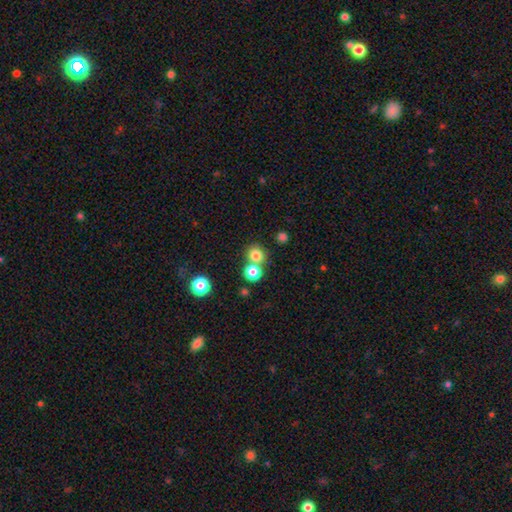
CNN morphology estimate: smooth-or-featured: smooth: 80% | star or artifact: 13% | featured or disk: 7%
  how-rounded: round: 86% | in between: 13% | cigar-shaped: 1%
  merging: none: 57% | merger: 34% | minor disturbance: 7% | major disturbance: 3%